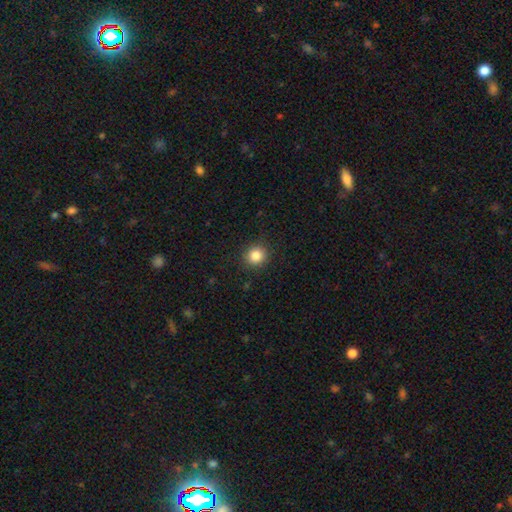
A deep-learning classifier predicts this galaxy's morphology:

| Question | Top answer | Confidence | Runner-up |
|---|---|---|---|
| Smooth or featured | smooth | 85% | star or artifact (11%) |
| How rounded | round | 90% | in between (9%) |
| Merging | none | 91% | minor disturbance (6%) |